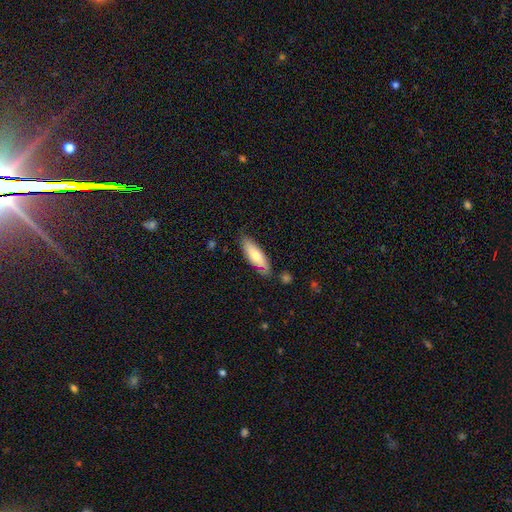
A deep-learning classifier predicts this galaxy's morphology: Smooth or featured? Predicted: smooth (p=0.64). How rounded? Predicted: in between (p=0.60). Merging? Predicted: none (p=0.74).